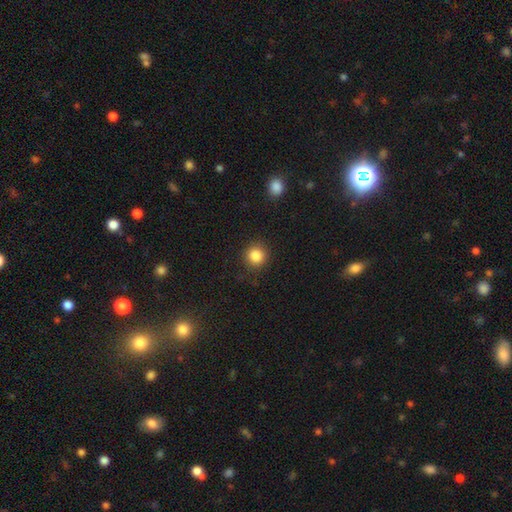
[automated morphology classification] type=smooth (85%); roundness=round (91%); merging=none (89%).